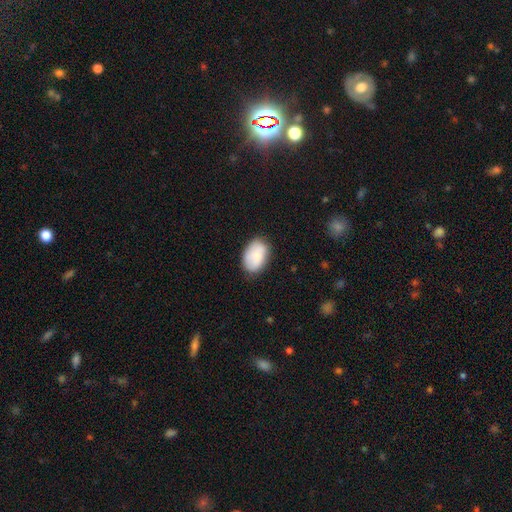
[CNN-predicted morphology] Q: Smooth or featured?
A: smooth (78%); runner-up: featured or disk (15%)
Q: How rounded?
A: in between (87%); runner-up: round (12%)
Q: Merging?
A: none (77%); runner-up: minor disturbance (18%)